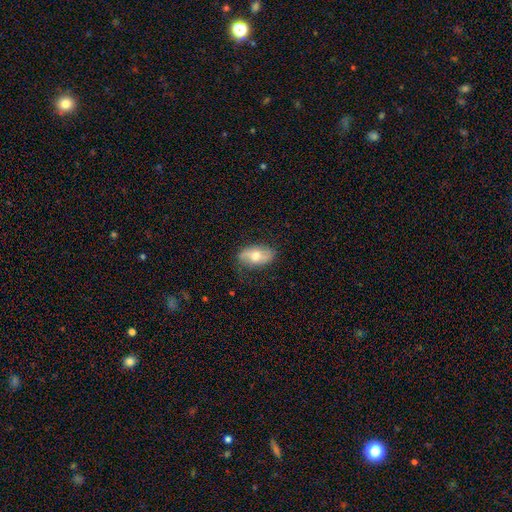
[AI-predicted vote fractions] Overall: featured or disk (48%; smooth 45%). Merging: none (72%).